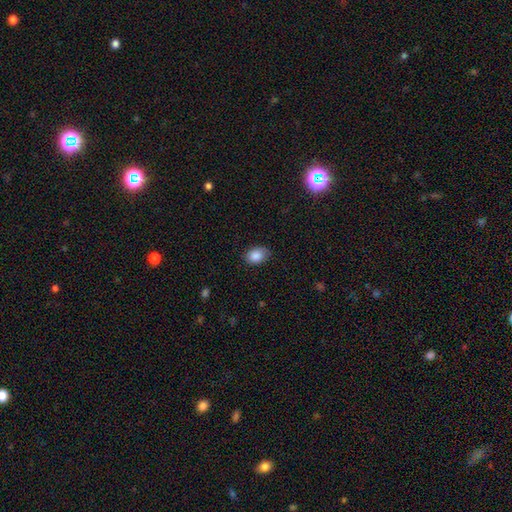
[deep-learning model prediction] Smooth or featured? smooth (87%)
How rounded? in between (78%)
Merging? none (79%)